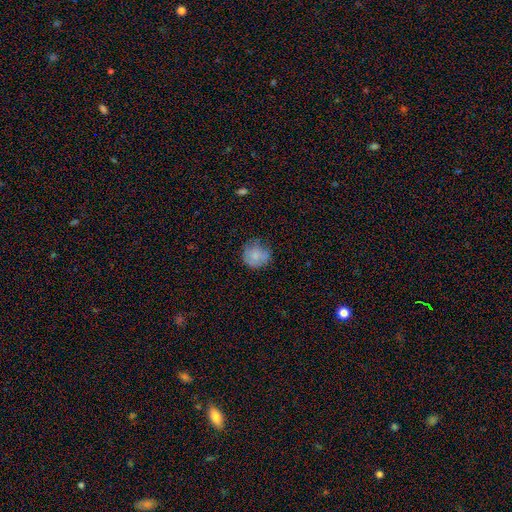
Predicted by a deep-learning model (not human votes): The model was most divided on "merging": none: 67%, minor disturbance: 25%, major disturbance: 7%, merger: 2%. More confident: how rounded — round (89%); smooth or featured — smooth (78%).